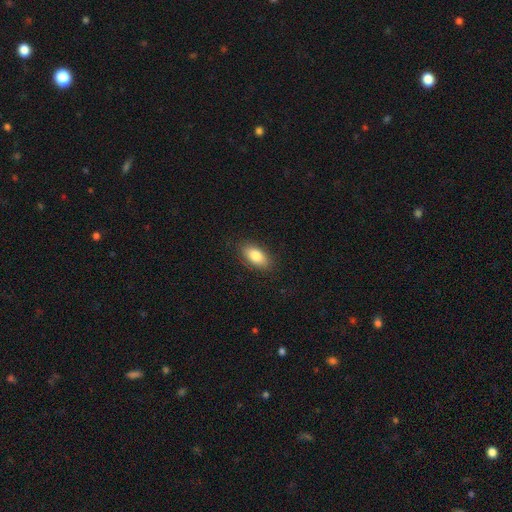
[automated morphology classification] Smooth or featured?
  - smooth: 83% *
  - featured or disk: 10%
  - star or artifact: 7%
How rounded?
  - in between: 90% *
  - cigar-shaped: 6%
  - round: 4%
Merging?
  - none: 86% *
  - minor disturbance: 10%
  - major disturbance: 2%
  - merger: 1%